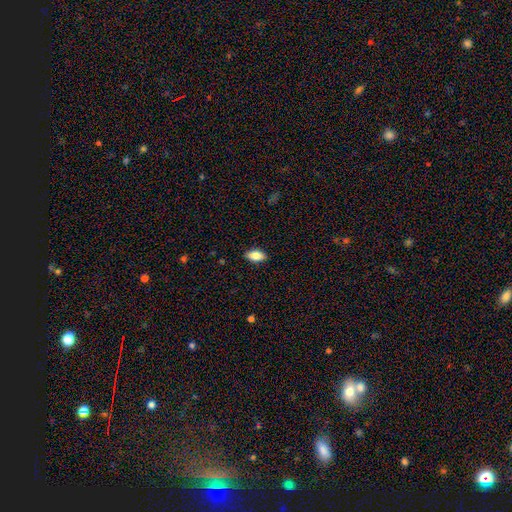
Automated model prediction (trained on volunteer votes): This is clearly a smooth galaxy (84%). How rounded: clearly in between (89%). Merging: clearly none (88%).